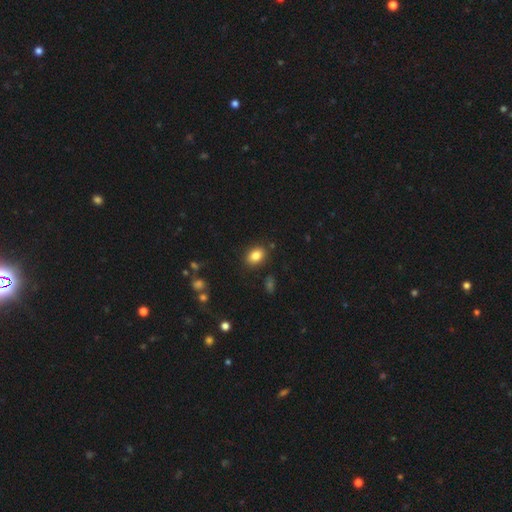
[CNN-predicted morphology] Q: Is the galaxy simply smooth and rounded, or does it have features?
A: smooth — 85%.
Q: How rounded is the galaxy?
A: in between — 78%.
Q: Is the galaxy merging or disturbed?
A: none — 86%.